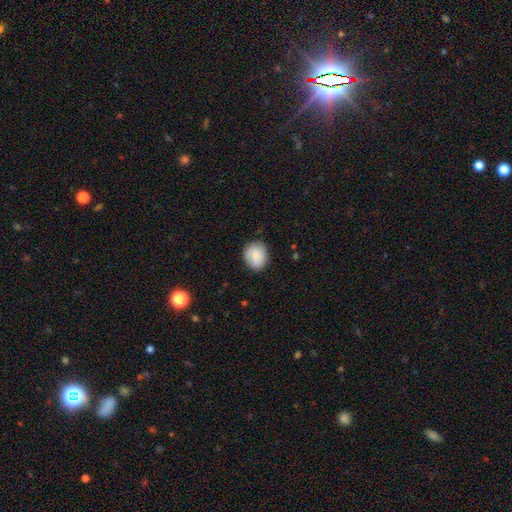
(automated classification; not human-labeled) Smooth or featured? Predicted: smooth (p=0.78). How rounded? Predicted: round (p=0.70). Merging? Predicted: none (p=0.81).